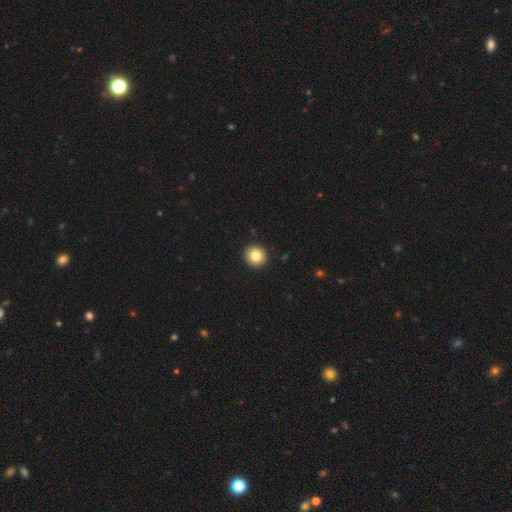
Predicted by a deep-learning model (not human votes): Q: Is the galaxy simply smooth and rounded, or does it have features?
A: smooth — 82%.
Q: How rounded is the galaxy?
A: round — 95%.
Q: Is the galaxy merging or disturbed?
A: none — 93%.